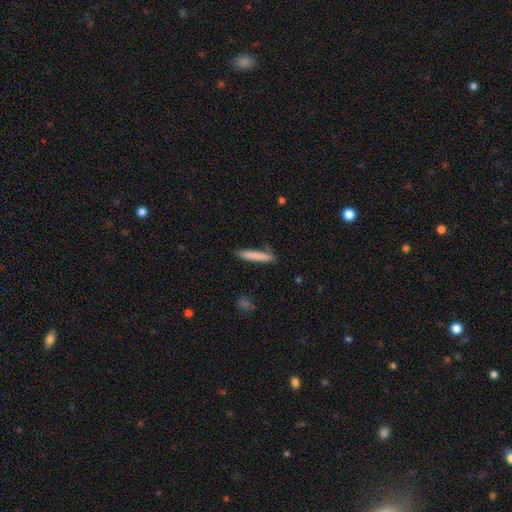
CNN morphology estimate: type=smooth (81%); roundness=cigar-shaped (92%); merging=none (84%).